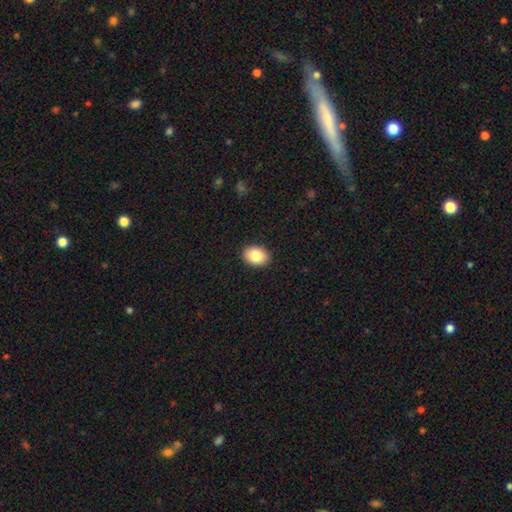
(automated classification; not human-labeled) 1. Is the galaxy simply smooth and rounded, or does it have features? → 84% smooth, 8% featured or disk, 8% star or artifact.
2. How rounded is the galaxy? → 73% in between, 26% round, 1% cigar-shaped.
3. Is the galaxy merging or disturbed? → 91% none, 7% minor disturbance, 2% major disturbance, 1% merger.